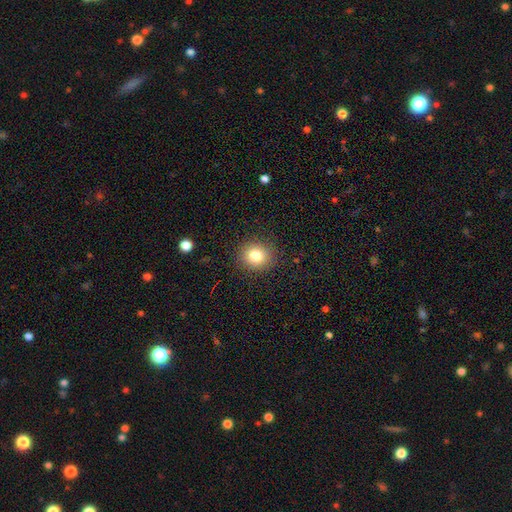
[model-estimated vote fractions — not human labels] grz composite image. It shows a smooth galaxy with no disk features (81%) that is round (83%). Merging: none (89%).